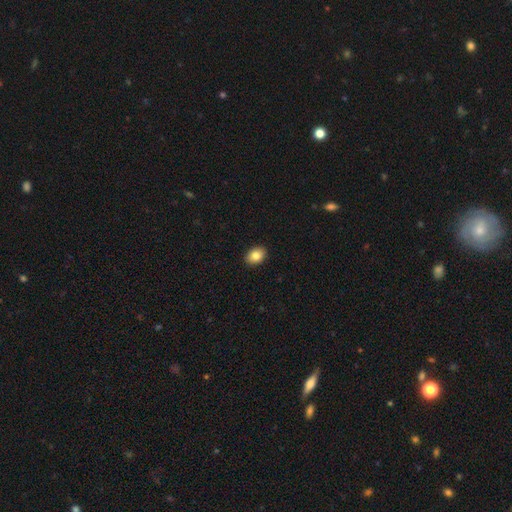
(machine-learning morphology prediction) type=smooth (85%); roundness=in between (78%); merging=none (91%).